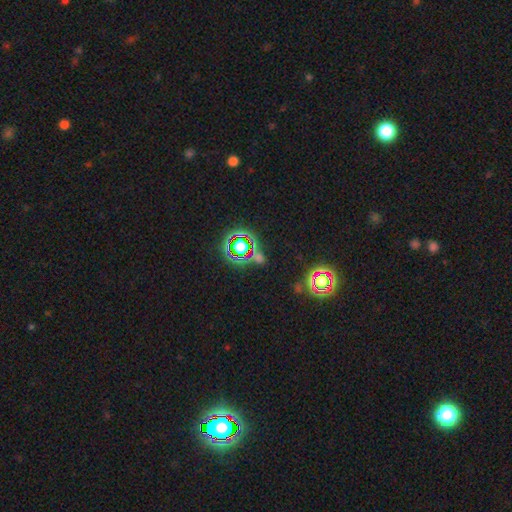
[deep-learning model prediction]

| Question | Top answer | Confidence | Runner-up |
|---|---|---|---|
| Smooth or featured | star or artifact | 70% | smooth (19%) |